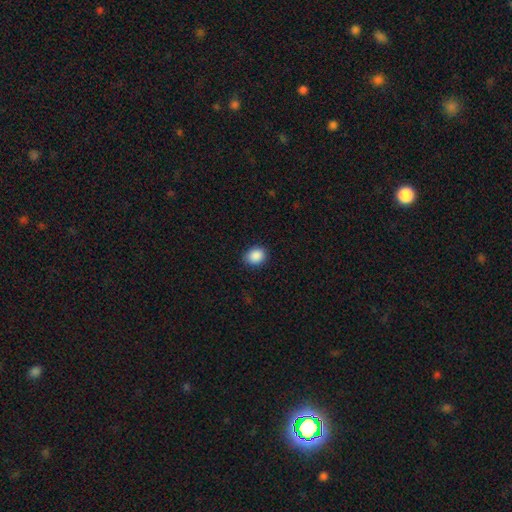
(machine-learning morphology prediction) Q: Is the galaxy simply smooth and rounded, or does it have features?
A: smooth — 89%.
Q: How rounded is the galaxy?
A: round — 55%.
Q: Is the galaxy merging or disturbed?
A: none — 87%.